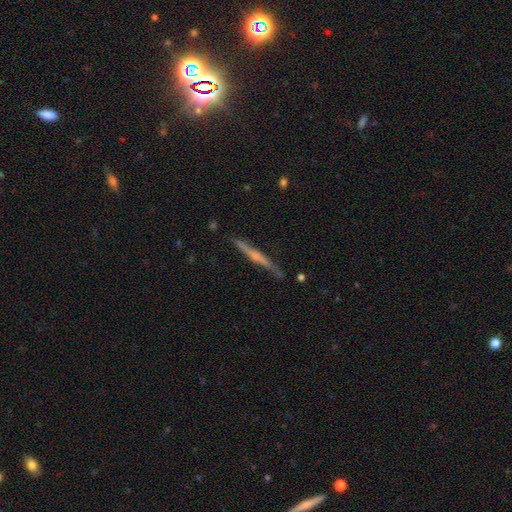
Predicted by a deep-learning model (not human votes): smooth_or_featured: featured or disk (p=0.62) [alt: smooth p=0.32]
disk_edge_on: yes (p=0.96) [alt: no p=0.04]
edge_on_bulge: none (p=0.50) [alt: rounded p=0.36]
merging: none (p=0.83) [alt: minor disturbance p=0.13]